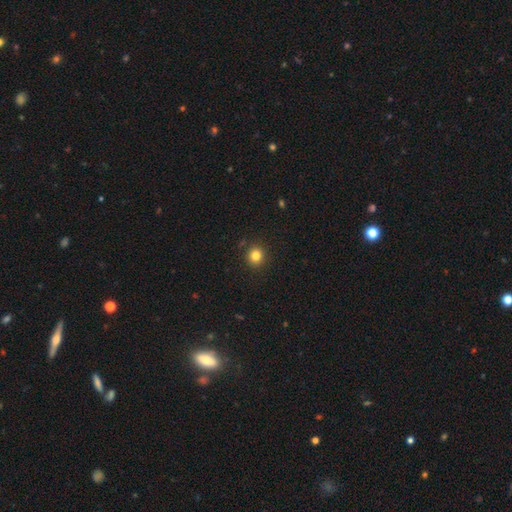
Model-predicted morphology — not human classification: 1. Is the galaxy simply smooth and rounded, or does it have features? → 81% smooth, 13% star or artifact, 6% featured or disk.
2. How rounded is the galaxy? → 90% round, 10% in between, 1% cigar-shaped.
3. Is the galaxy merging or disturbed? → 90% none, 6% minor disturbance, 2% major disturbance, 1% merger.